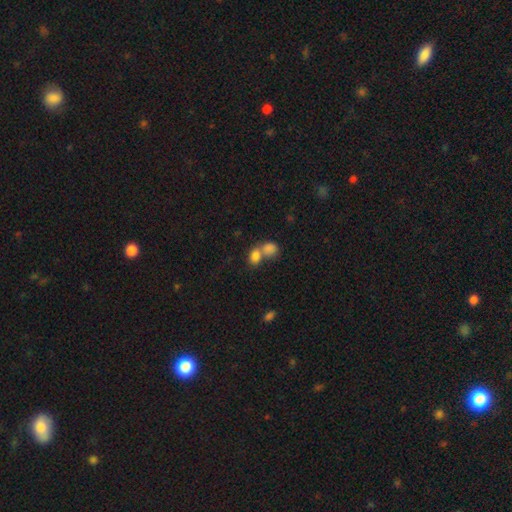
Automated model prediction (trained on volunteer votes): A smooth galaxy with no disk features (82%) that is in between round and cigar-shaped (60%).

Vote fractions:
- Smooth or featured? smooth: 82% / star or artifact: 10% / featured or disk: 8%
- How rounded? in between: 60% / round: 38% / cigar-shaped: 1%
- Merging? merger: 61% / none: 28% / minor disturbance: 7% / major disturbance: 4%